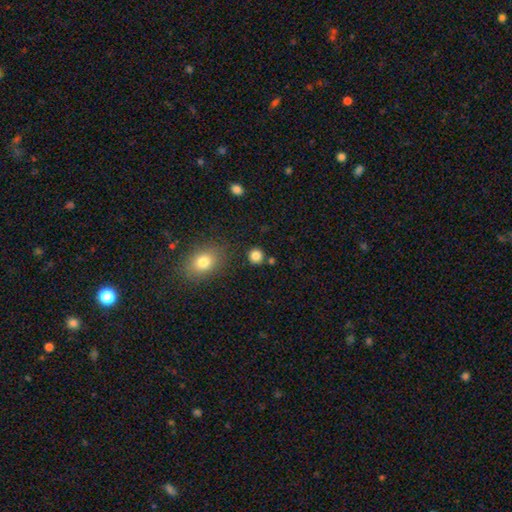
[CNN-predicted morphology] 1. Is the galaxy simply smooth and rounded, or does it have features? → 84% smooth, 11% star or artifact, 5% featured or disk.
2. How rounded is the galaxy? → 89% round, 10% in between, 1% cigar-shaped.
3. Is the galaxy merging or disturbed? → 84% none, 8% minor disturbance, 5% merger, 3% major disturbance.